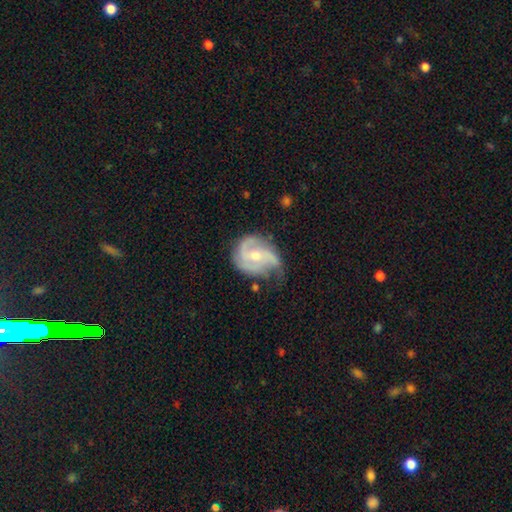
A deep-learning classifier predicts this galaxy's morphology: Smooth or featured: featured or disk — 83% (smooth — 12%)
Edge-on disk: no — 98% (yes — 2%)
Bar: no — 54% (weak — 37%)
Spiral arms: yes — 94% (no — 6%)
Spiral winding: medium — 47% (tight — 34%)
Spiral arm count: 2 — 42% (3 — 35%)
Bulge size: moderate — 58% (small — 38%)
Merging: none — 48% (minor disturbance — 33%)